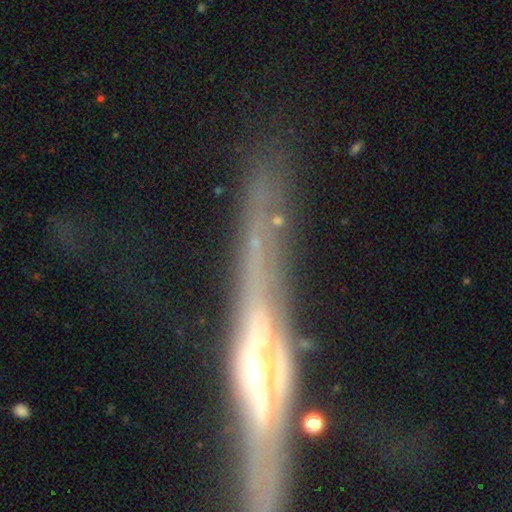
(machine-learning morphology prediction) This is possibly a featured or disk galaxy (56%). It is likely viewed edge-on (80%). Merging: likely none (75%).